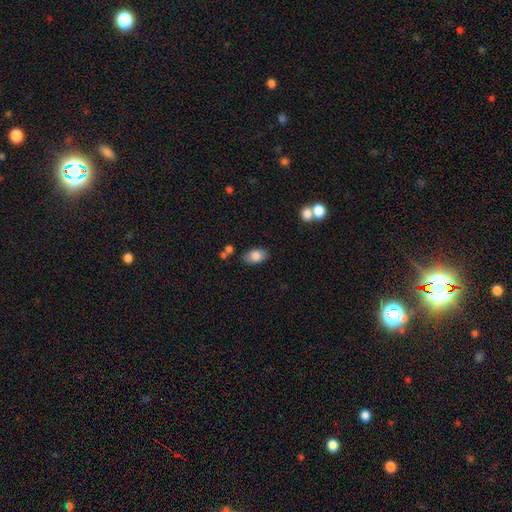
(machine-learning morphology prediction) Overall: smooth (82%). How rounded: in between (90%). Merging: none (77%).